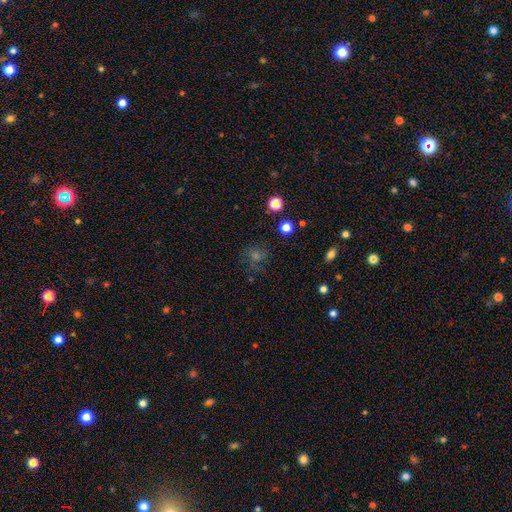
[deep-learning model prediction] smooth 36% (tied), star or artifact 36% (tied), featured or disk 28%. Down the decision tree: merging — none (72%).